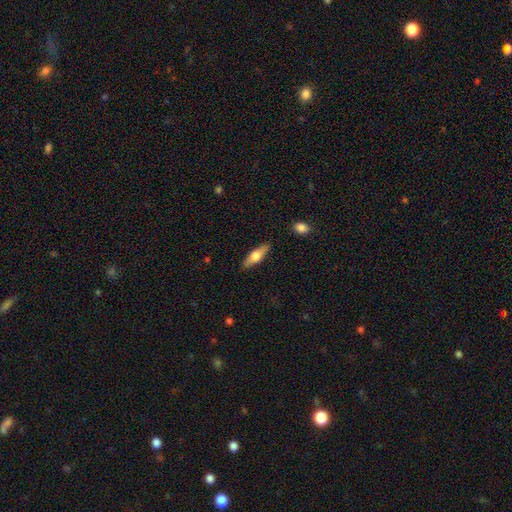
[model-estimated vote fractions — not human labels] Morphology: type=smooth (51%); roundness=cigar-shaped (52%); merging=none (88%).